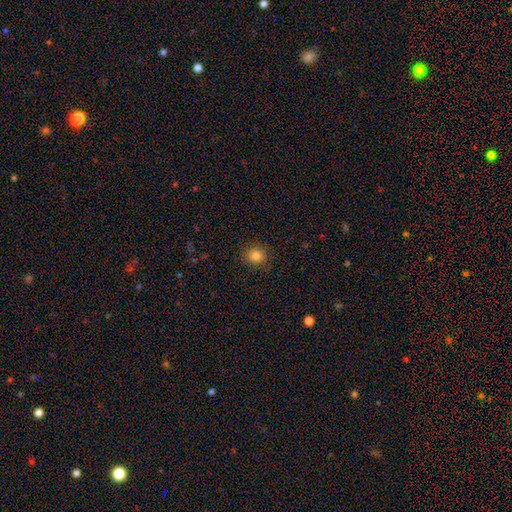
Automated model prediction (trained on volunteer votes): smooth-or-featured: smooth: 84% | star or artifact: 12% | featured or disk: 5%
  how-rounded: round: 88% | in between: 11% | cigar-shaped: 1%
  merging: none: 89% | minor disturbance: 8% | major disturbance: 2% | merger: 1%